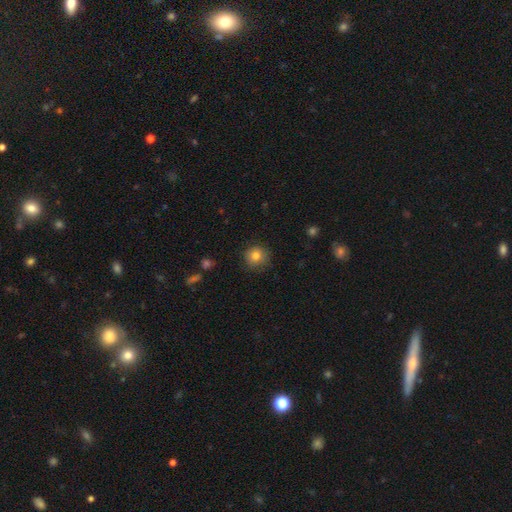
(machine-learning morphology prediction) smooth-or-featured: smooth: 82% | star or artifact: 11% | featured or disk: 7%
  how-rounded: round: 92% | in between: 7% | cigar-shaped: 1%
  merging: none: 87% | minor disturbance: 10% | major disturbance: 2% | merger: 1%